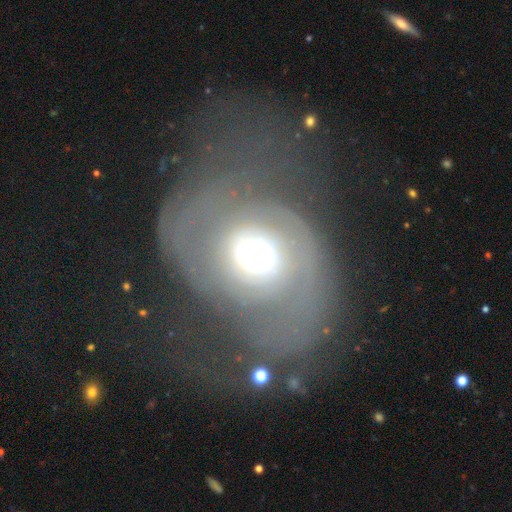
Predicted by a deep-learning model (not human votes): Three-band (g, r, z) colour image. It shows a featured or disk galaxy (77%) with no bar (64%), 2 (70%) medium (41%) spiral arms (84%) and a moderate central bulge (65%). Merging: none (41%).